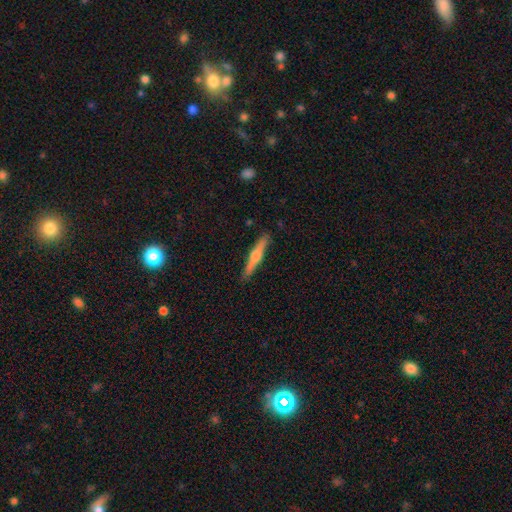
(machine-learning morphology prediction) The model was most divided on "smooth or featured": featured or disk: 59%, smooth: 35%, star or artifact: 6%. More confident: edge-on disk — yes (97%); edge-on bulge — rounded (90%); merging — none (89%).